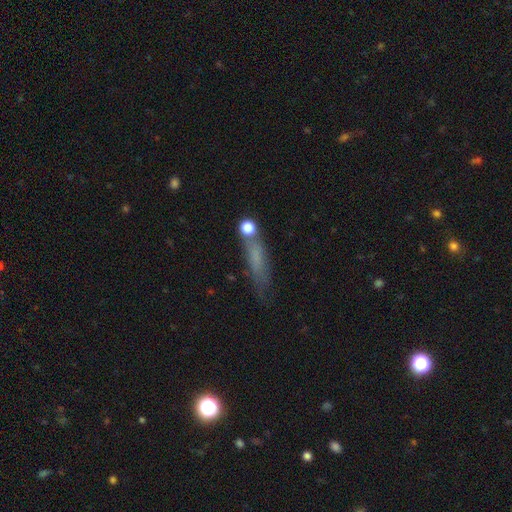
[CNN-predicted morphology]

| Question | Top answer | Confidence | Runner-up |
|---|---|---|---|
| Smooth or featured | smooth | 59% | featured or disk (25%) |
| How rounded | cigar-shaped | 71% | in between (24%) |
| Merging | none | 58% | minor disturbance (22%) |